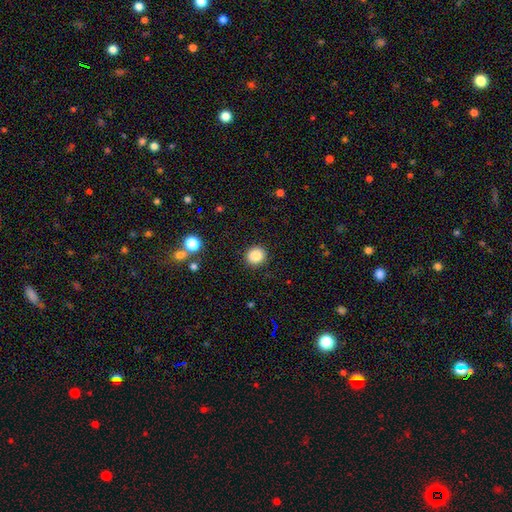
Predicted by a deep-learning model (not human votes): Smooth or featured? smooth (85%)
How rounded? round (89%)
Merging? none (91%)